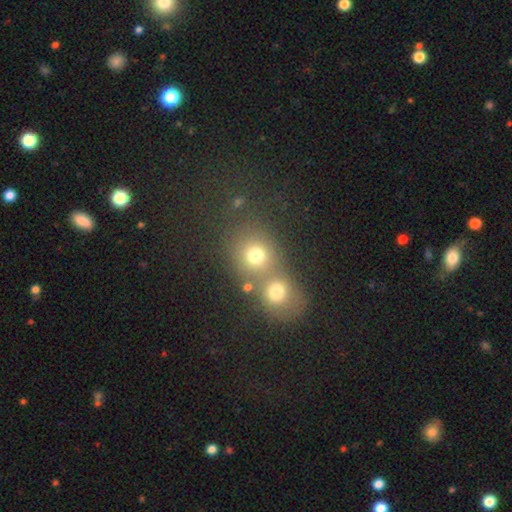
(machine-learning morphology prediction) Smooth or featured?
  - smooth: 74% *
  - star or artifact: 15%
  - featured or disk: 11%
How rounded?
  - round: 76% *
  - in between: 22%
  - cigar-shaped: 1%
Merging?
  - merger: 56% *
  - none: 34%
  - minor disturbance: 6%
  - major disturbance: 4%